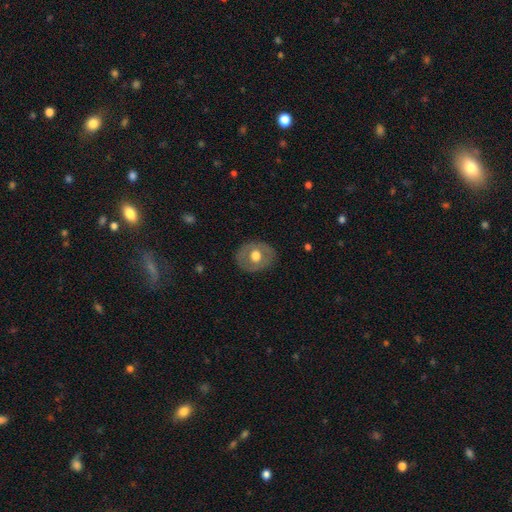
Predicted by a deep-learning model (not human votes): A smooth galaxy with no disk features (51%) that is round (60%). Merging: none (83%).